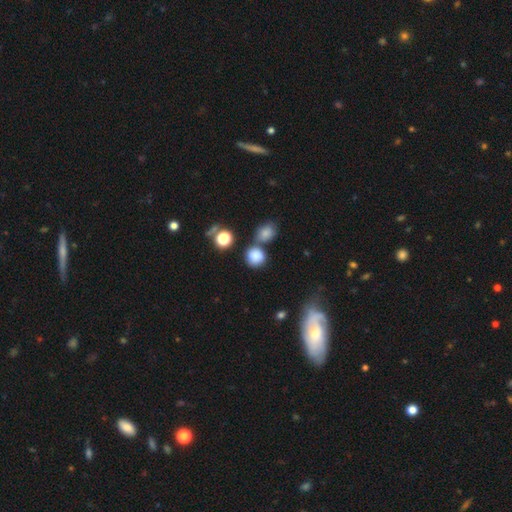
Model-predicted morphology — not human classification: Q: Smooth or featured?
A: smooth (82%); runner-up: star or artifact (12%)
Q: How rounded?
A: round (84%); runner-up: in between (15%)
Q: Merging?
A: none (60%); runner-up: merger (23%)